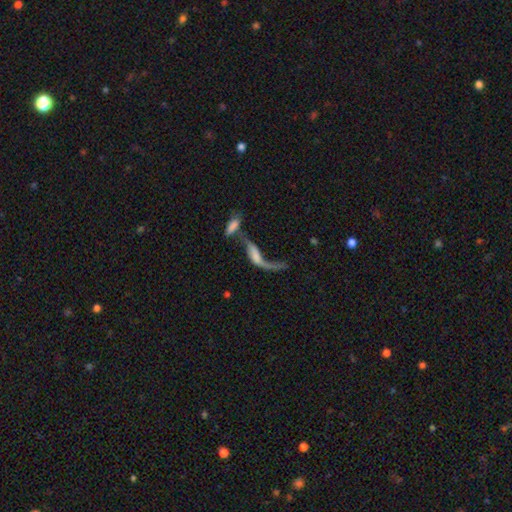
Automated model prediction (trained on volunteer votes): Overall: featured or disk (61%; smooth 29%). Edge-on disk: no (87%). Bar: no (57%; weak 29%). Spiral arms: yes (68%; no 32%). Bulge size: none (52%; small 20%). Merging: merger (55%; major disturbance 22%).